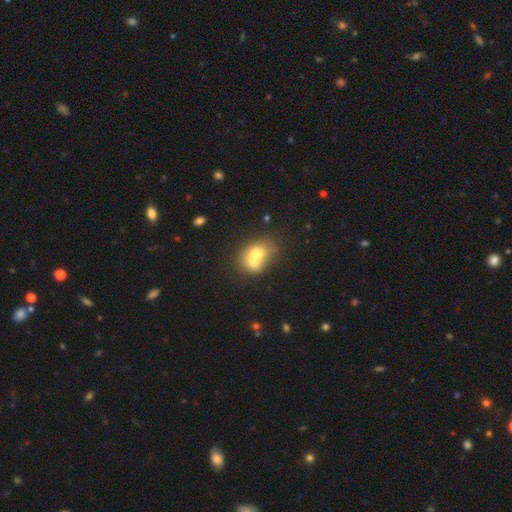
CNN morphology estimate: A smooth galaxy with no disk features (66%) that is round (56%). Merging: merger (68%).